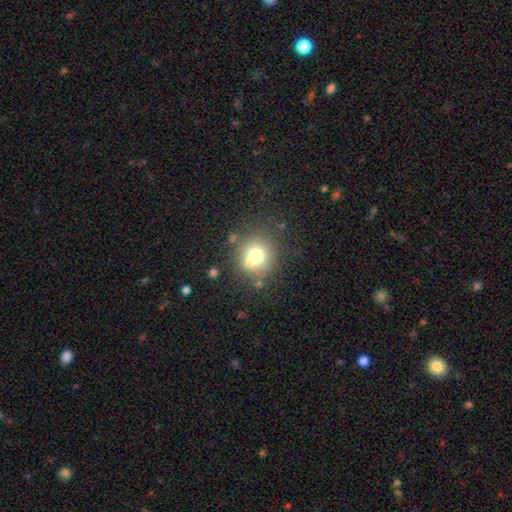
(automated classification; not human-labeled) smooth-or-featured: smooth: 69% | featured or disk: 16% | star or artifact: 15%
  how-rounded: round: 89% | in between: 10% | cigar-shaped: 1%
  merging: none: 70% | minor disturbance: 13% | merger: 11% | major disturbance: 6%